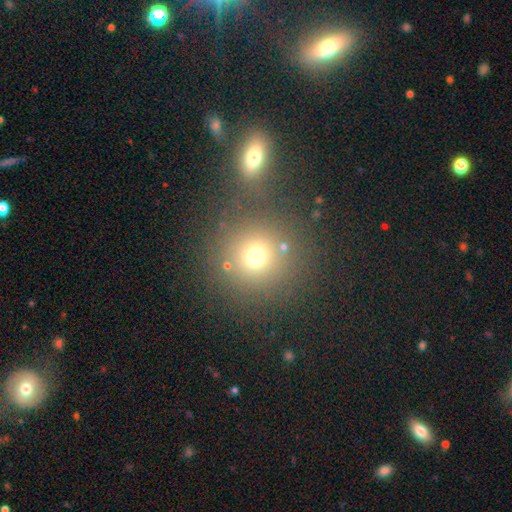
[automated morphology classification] Smooth or featured?
  - smooth: 71% *
  - star or artifact: 18%
  - featured or disk: 11%
How rounded?
  - round: 91% *
  - in between: 8%
  - cigar-shaped: 1%
Merging?
  - none: 70% *
  - merger: 18%
  - minor disturbance: 8%
  - major disturbance: 4%